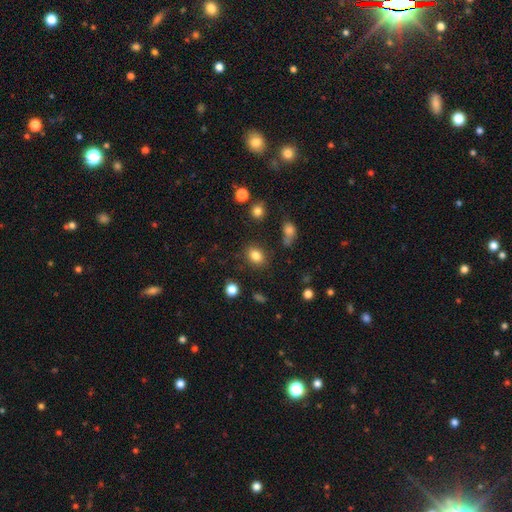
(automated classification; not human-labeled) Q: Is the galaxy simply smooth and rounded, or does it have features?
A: smooth — 82%.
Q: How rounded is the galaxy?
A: in between — 63%.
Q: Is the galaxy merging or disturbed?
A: none — 83%.